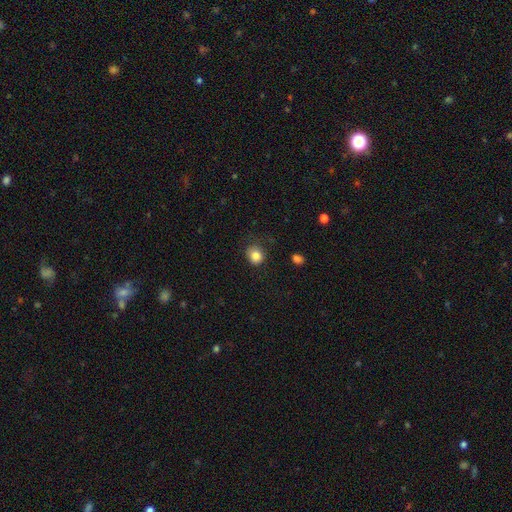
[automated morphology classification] This appears to be a smooth galaxy with no disk features (84%) that is round (77%). Merging: none (75%).